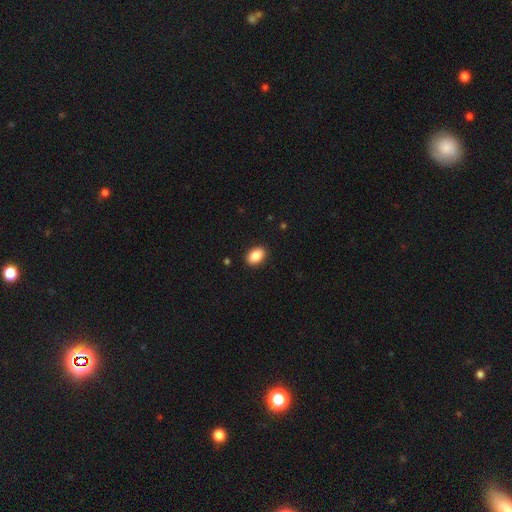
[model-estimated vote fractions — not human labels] A smooth galaxy with no disk features (88%) that is in between round and cigar-shaped (86%). Merging: none (90%).